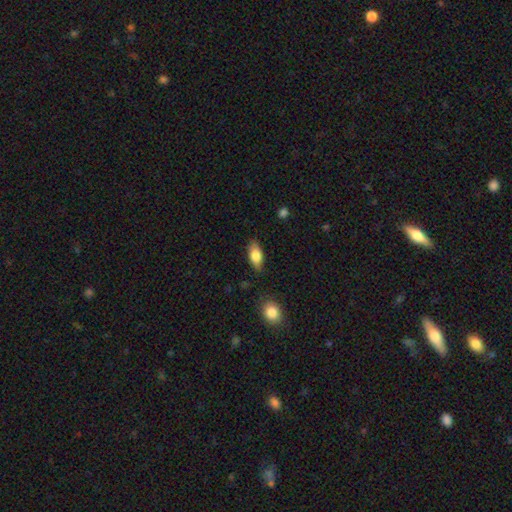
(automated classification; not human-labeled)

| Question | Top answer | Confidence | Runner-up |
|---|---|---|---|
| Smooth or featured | smooth | 79% | featured or disk (14%) |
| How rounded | in between | 87% | cigar-shaped (9%) |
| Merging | none | 81% | minor disturbance (14%) |